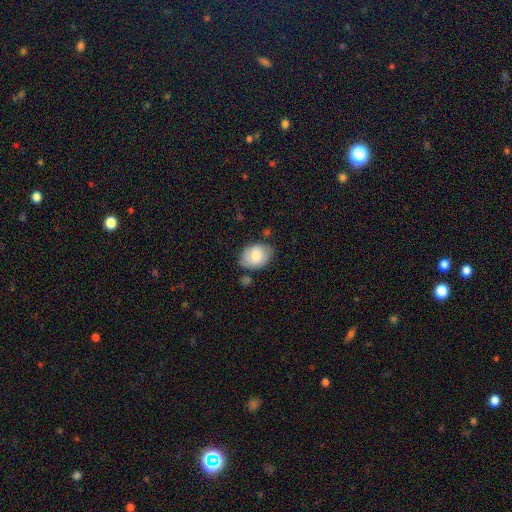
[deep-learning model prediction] This appears to be a smooth galaxy with no disk features (79%) that is in between round and cigar-shaped (80%). Merging: none (68%).